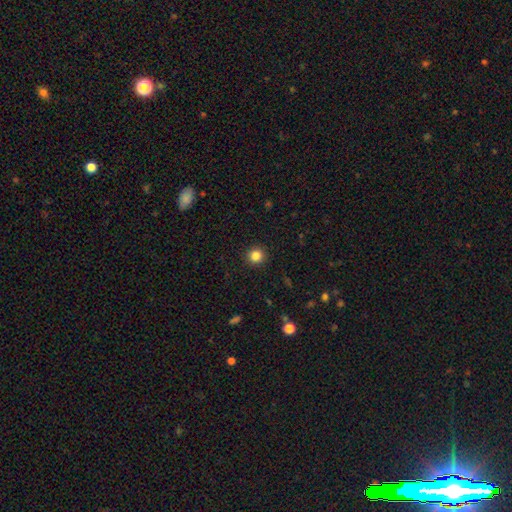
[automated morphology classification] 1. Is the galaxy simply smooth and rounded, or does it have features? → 85% smooth, 11% star or artifact, 4% featured or disk.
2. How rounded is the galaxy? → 93% round, 6% in between, 1% cigar-shaped.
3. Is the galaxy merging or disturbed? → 92% none, 5% minor disturbance, 2% major disturbance, 1% merger.